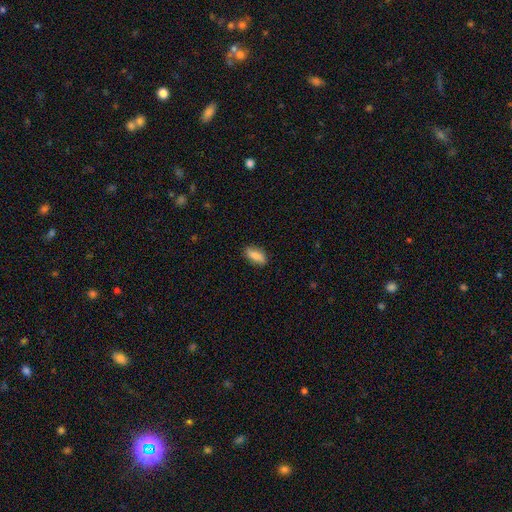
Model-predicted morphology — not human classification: Smooth or featured: smooth — 80% (featured or disk — 13%)
How rounded: in between — 80% (cigar-shaped — 17%)
Merging: none — 83% (minor disturbance — 13%)